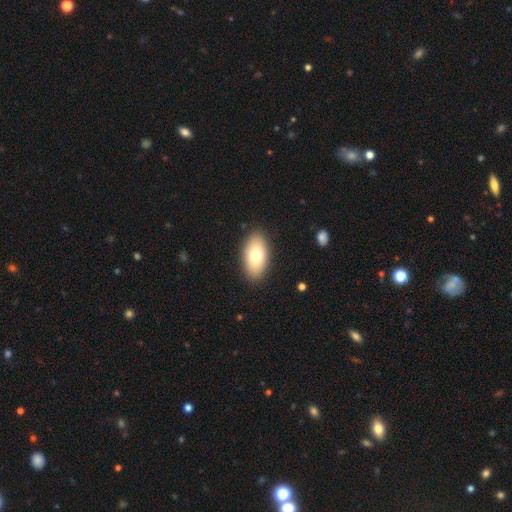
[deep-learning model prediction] smooth_or_featured: smooth (p=0.75) [alt: featured or disk p=0.18]
how_rounded: in between (p=0.93) [alt: round p=0.04]
merging: none (p=0.88) [alt: minor disturbance p=0.09]